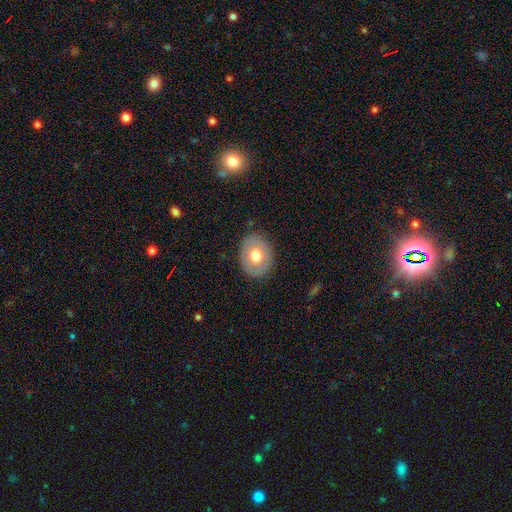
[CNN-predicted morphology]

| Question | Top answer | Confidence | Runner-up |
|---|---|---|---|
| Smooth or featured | smooth | 63% | featured or disk (30%) |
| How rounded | in between | 59% | round (40%) |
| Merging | none | 85% | minor disturbance (11%) |